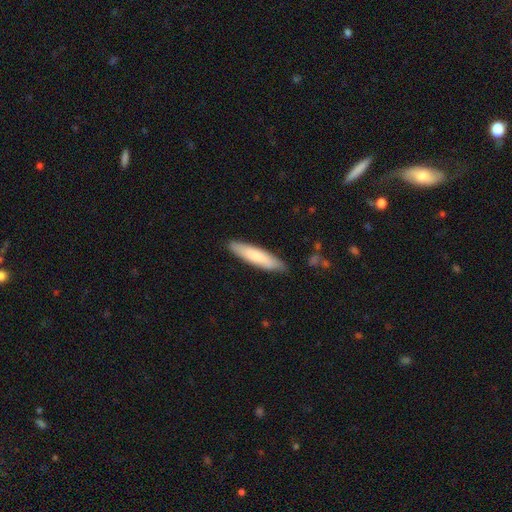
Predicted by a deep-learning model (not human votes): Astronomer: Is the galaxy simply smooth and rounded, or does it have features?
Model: smooth — 74%.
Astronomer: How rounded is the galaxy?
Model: cigar-shaped — 79%.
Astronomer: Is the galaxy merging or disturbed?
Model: none — 86%.